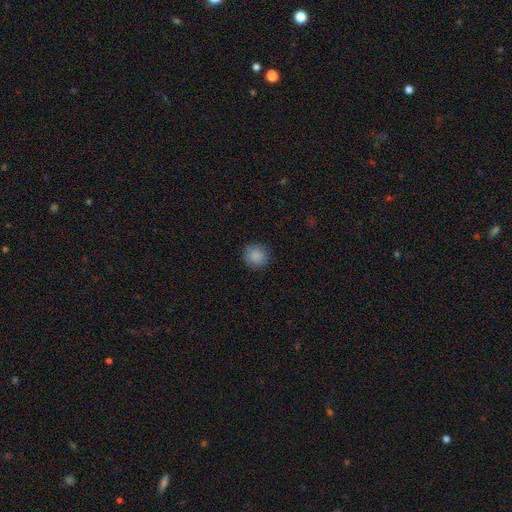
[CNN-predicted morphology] This appears to be a smooth galaxy with no disk features (87%) that is round (90%). Merging: none (88%).